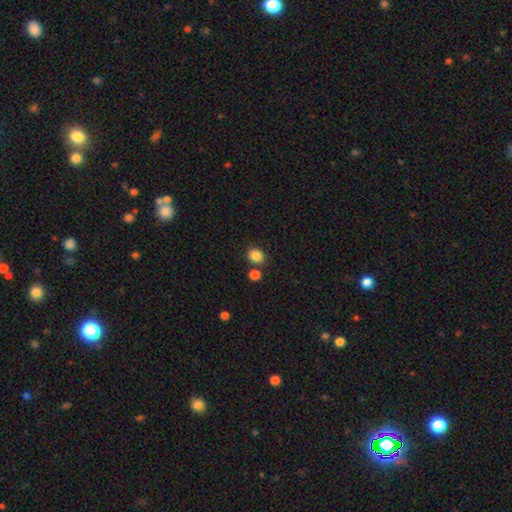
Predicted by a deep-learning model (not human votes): smooth 85%, star or artifact 11%, featured or disk 4%. Down the decision tree: how rounded — round (64%); merging — none (78%).